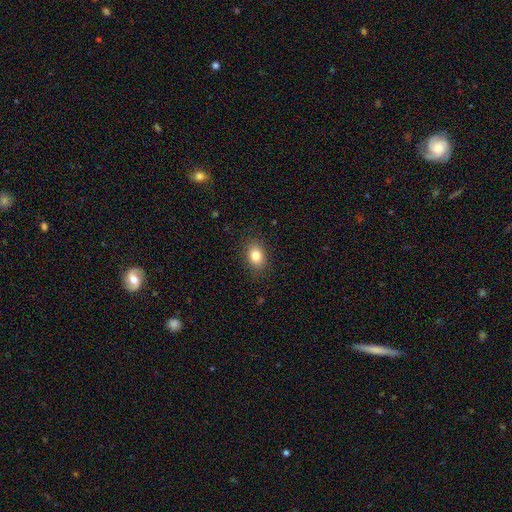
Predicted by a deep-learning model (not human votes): The model was most divided on "how rounded": in between: 72%, round: 27%, cigar-shaped: 1%. More confident: merging — none (86%); smooth or featured — smooth (84%).